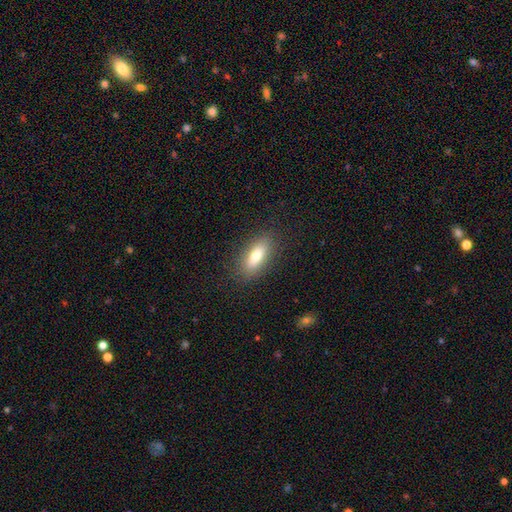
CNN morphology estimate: The model was most divided on "how rounded": in between: 73%, cigar-shaped: 23%, round: 3%. More confident: merging — none (87%); smooth or featured — smooth (73%).